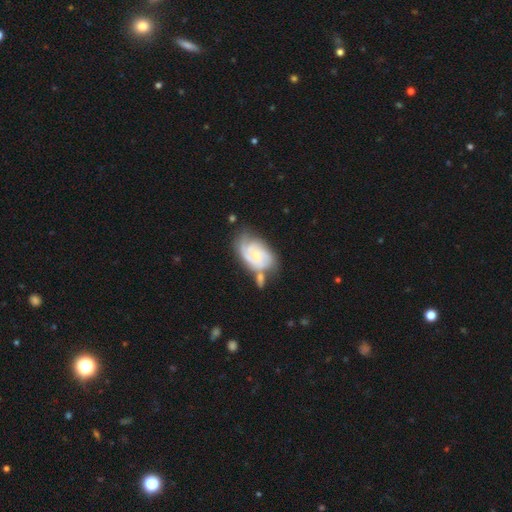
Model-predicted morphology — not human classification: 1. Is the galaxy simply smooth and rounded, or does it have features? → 76% featured or disk, 19% smooth, 5% star or artifact.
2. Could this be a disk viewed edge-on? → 96% no, 4% yes.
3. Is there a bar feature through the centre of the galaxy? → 71% no, 25% weak, 4% strong.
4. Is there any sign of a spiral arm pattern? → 91% yes, 9% no.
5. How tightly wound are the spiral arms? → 62% tight, 29% medium, 9% loose.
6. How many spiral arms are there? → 35% 2, 31% can't tell, 17% 3, 11% 1, 4% 4, 3% more than 4.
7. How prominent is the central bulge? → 57% small, 38% moderate, 2% none, 2% large, 1% dominant.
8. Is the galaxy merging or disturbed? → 43% none, 23% minor disturbance, 21% merger, 13% major disturbance.